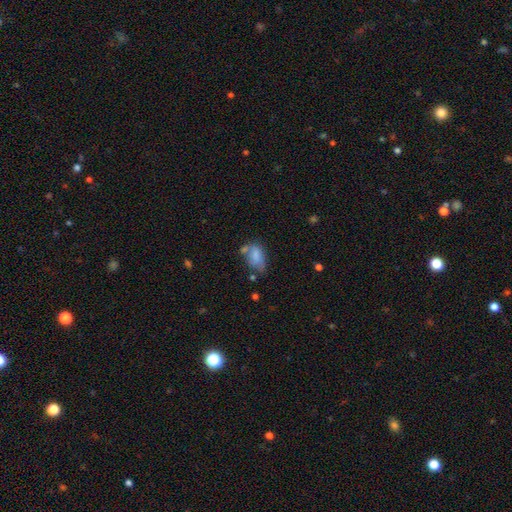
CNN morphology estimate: This appears to be a smooth galaxy with no disk features (77%) that is in between round and cigar-shaped (88%). Merging: none (38%).